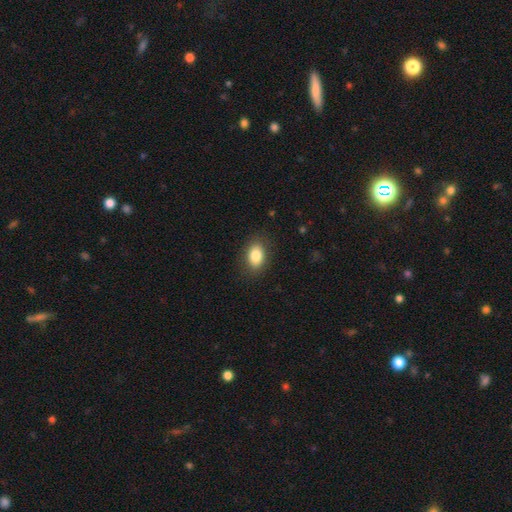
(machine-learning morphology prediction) This appears to be a smooth galaxy with no disk features (84%) that is in between round and cigar-shaped (83%). Merging: none (85%).